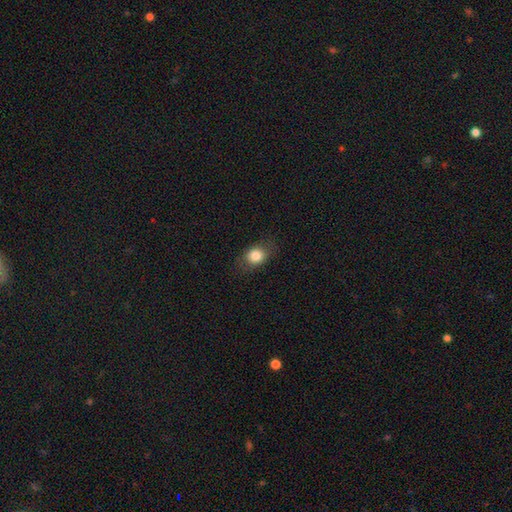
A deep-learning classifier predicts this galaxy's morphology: smooth-or-featured: smooth: 82% | featured or disk: 9% | star or artifact: 9%
  how-rounded: in between: 50% | round: 49% | cigar-shaped: 2%
  merging: none: 78% | minor disturbance: 15% | major disturbance: 5% | merger: 1%